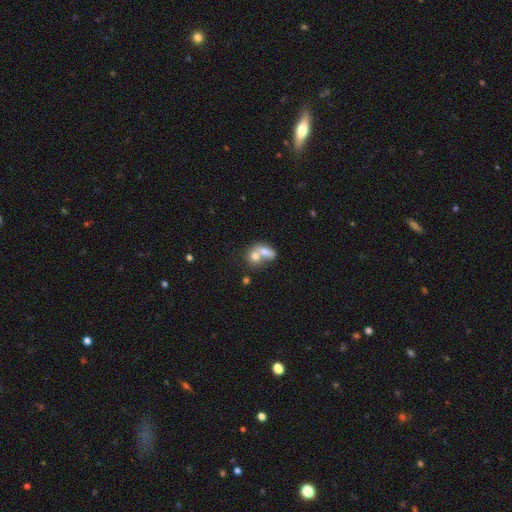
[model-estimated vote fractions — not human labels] Smooth or featured? Predicted: smooth (p=0.64). How rounded? Predicted: round (p=0.50). Merging? Predicted: merger (p=0.72).